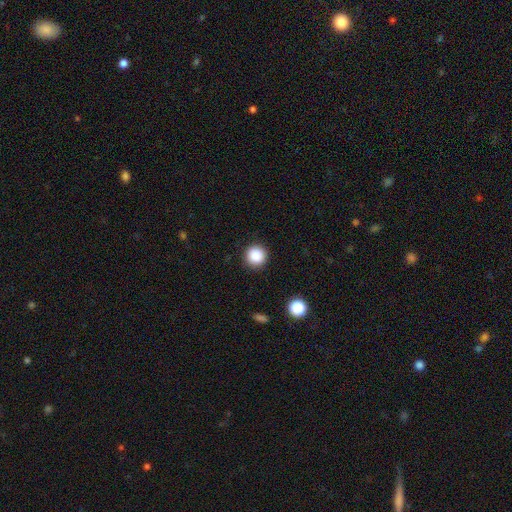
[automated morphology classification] This is clearly a smooth galaxy (87%). How rounded: clearly round (95%). Merging: clearly none (91%).